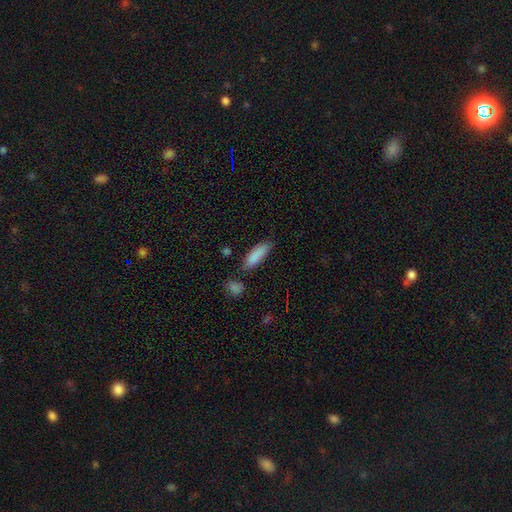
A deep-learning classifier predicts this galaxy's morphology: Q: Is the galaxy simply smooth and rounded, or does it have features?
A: smooth — 87%.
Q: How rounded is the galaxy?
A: in between — 53%.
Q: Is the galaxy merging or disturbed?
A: none — 74%.